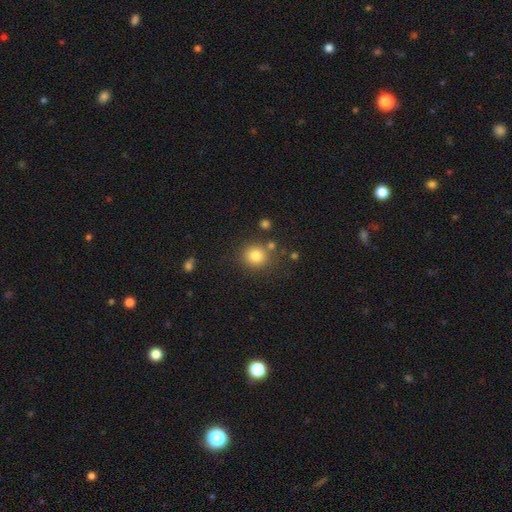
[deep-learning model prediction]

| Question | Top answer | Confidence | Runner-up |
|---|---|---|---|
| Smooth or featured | smooth | 81% | star or artifact (12%) |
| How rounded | round | 89% | in between (10%) |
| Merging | none | 79% | minor disturbance (10%) |